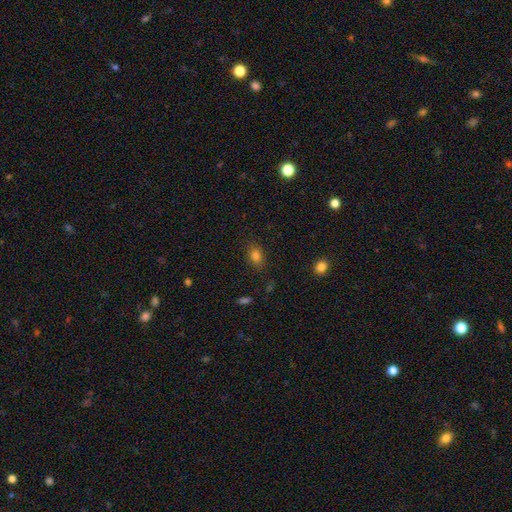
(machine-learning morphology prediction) A smooth galaxy with no disk features (81%) that is in between round and cigar-shaped (71%). Merging: none (82%).